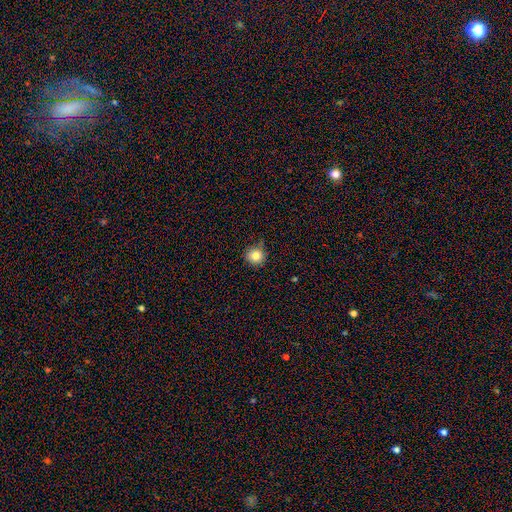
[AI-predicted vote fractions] Smooth or featured: smooth — 83% (star or artifact — 11%)
How rounded: round — 93% (in between — 6%)
Merging: none — 81% (minor disturbance — 15%)